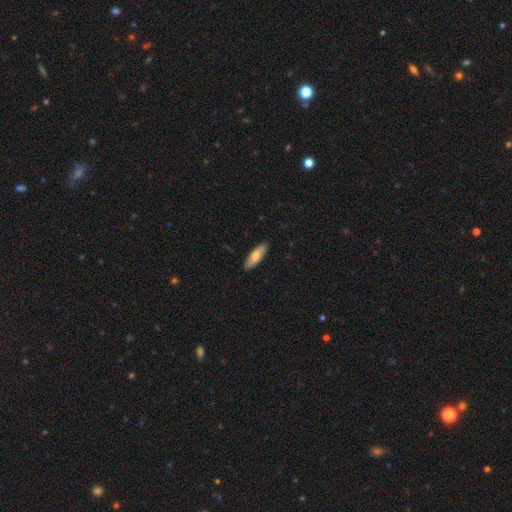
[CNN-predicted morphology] Overall: smooth (74%). How rounded: in between (57%; cigar-shaped 41%). Merging: none (89%).